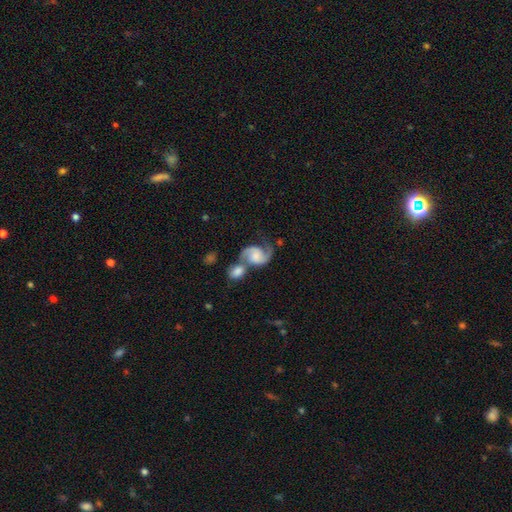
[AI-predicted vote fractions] Smooth or featured? Predicted: featured or disk (p=0.81). Edge-on disk? Predicted: no (p=0.98). Bar? Predicted: no (p=0.59). Spiral arms? Predicted: yes (p=0.96). Spiral winding? Predicted: medium (p=0.46). Spiral arm count? Predicted: 2 (p=0.90). Bulge size? Predicted: small (p=0.31). Merging? Predicted: merger (p=0.51).